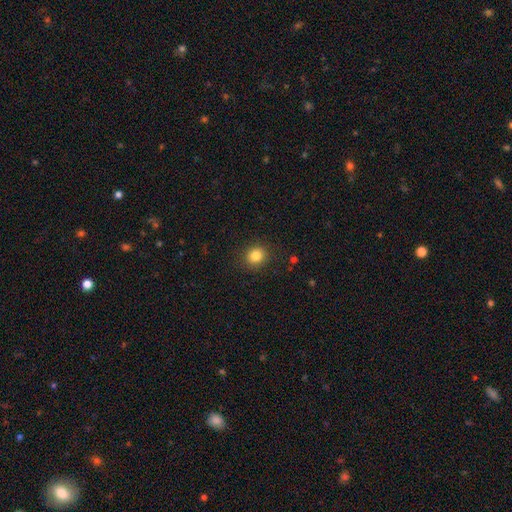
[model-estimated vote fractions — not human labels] This is clearly a smooth galaxy (83%). How rounded: clearly round (83%). Merging: clearly none (90%).